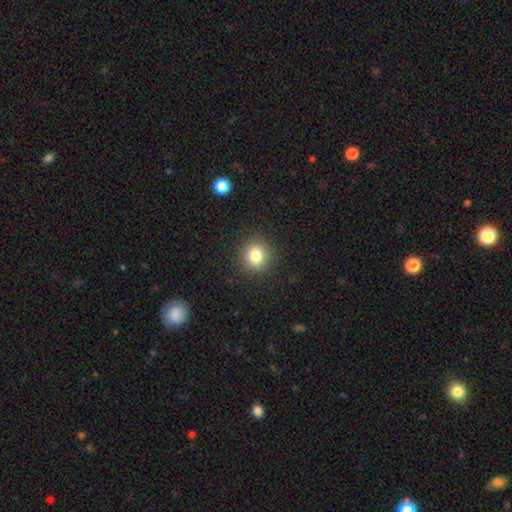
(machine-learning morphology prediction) smooth-or-featured: smooth: 81% | star or artifact: 12% | featured or disk: 7%
  how-rounded: round: 86% | in between: 13% | cigar-shaped: 1%
  merging: none: 90% | minor disturbance: 7% | major disturbance: 3% | merger: 1%